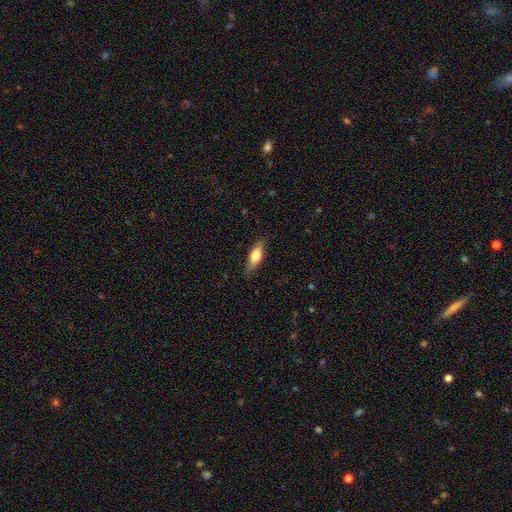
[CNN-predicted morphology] smooth_or_featured: smooth (p=0.67) [alt: featured or disk p=0.26]
how_rounded: in between (p=0.63) [alt: cigar-shaped p=0.34]
merging: none (p=0.84) [alt: minor disturbance p=0.12]